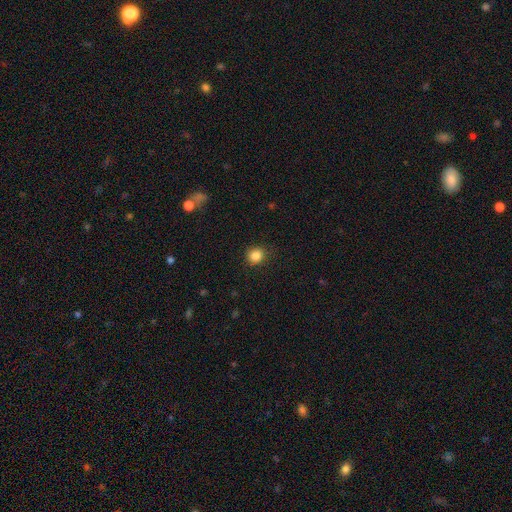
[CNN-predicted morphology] smooth_or_featured: smooth (p=0.86) [alt: star or artifact p=0.11]
how_rounded: round (p=0.86) [alt: in between p=0.13]
merging: none (p=0.87) [alt: minor disturbance p=0.09]